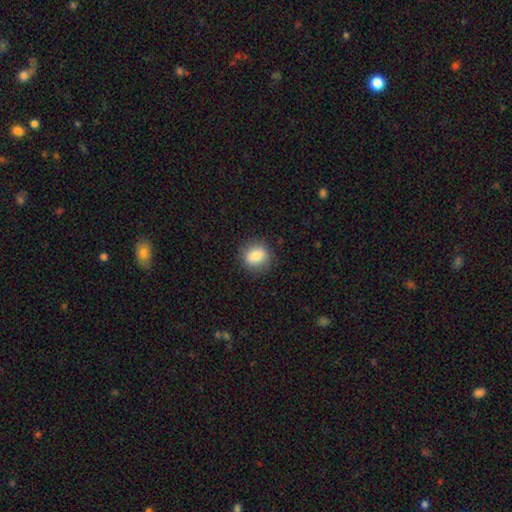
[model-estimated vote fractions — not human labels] The model was most divided on "how rounded": round: 76%, in between: 23%, cigar-shaped: 1%. More confident: merging — none (88%); smooth or featured — smooth (80%).